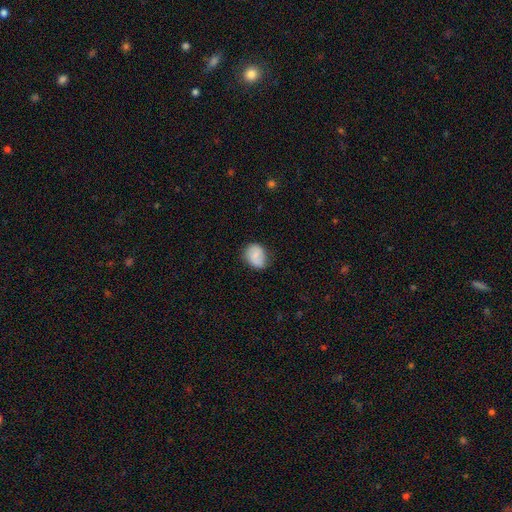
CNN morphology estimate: This appears to be a smooth galaxy with no disk features (71%) that is round (51%). Merging: none (69%).